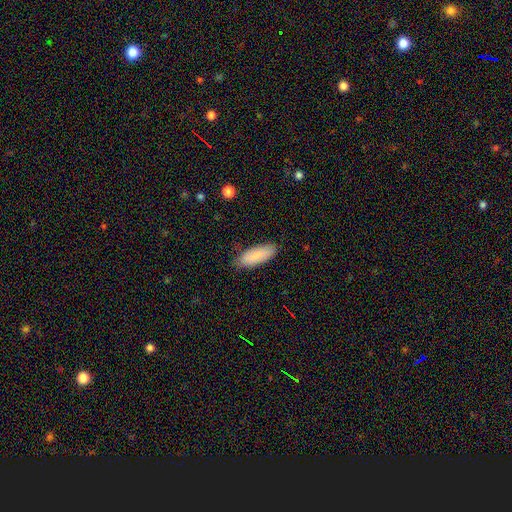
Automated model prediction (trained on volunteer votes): A smooth galaxy with no disk features (88%) that is in between round and cigar-shaped (70%).

Vote fractions:
- Smooth or featured? smooth: 88% / featured or disk: 6% / star or artifact: 6%
- How rounded? in between: 70% / cigar-shaped: 29% / round: 2%
- Merging? none: 82% / minor disturbance: 14% / major disturbance: 2% / merger: 1%